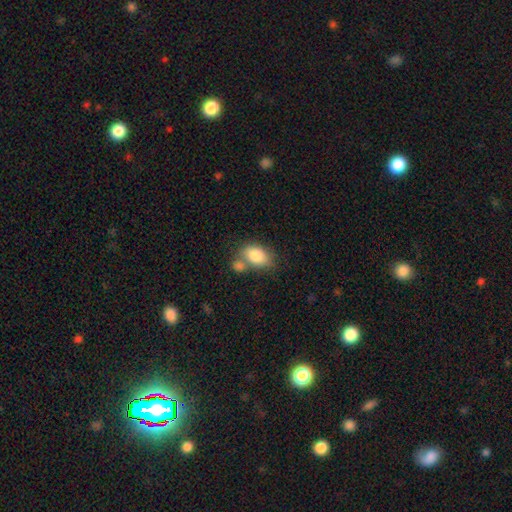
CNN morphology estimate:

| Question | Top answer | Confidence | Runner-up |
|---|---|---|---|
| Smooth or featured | smooth | 82% | featured or disk (11%) |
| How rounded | in between | 84% | round (14%) |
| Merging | none | 44% | merger (34%) |